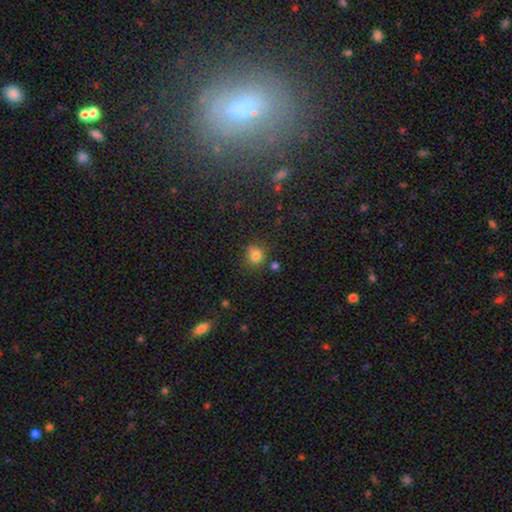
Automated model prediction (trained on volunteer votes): Q: Smooth or featured?
A: smooth (76%); runner-up: star or artifact (16%)
Q: How rounded?
A: round (82%); runner-up: in between (17%)
Q: Merging?
A: none (70%); runner-up: minor disturbance (17%)